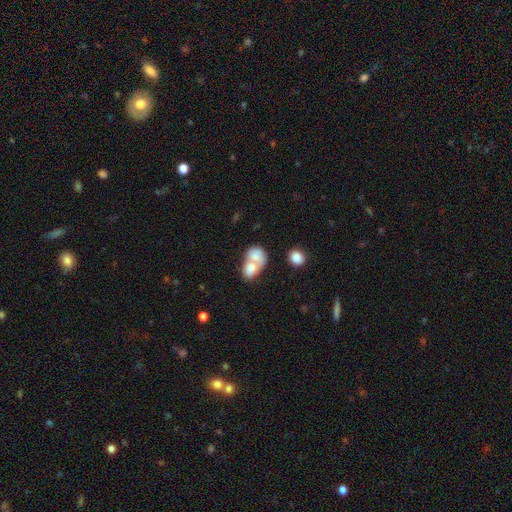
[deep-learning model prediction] A smooth galaxy with no disk features (73%) that is in between round and cigar-shaped (60%).

Vote fractions:
- Smooth or featured? smooth: 73% / featured or disk: 19% / star or artifact: 7%
- How rounded? in between: 60% / round: 38% / cigar-shaped: 1%
- Merging? merger: 77% / none: 14% / minor disturbance: 5% / major disturbance: 4%